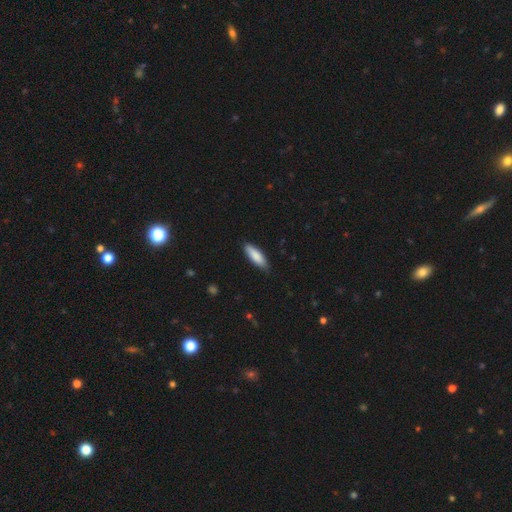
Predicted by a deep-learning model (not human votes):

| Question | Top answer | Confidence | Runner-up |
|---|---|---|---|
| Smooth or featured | smooth | 85% | featured or disk (9%) |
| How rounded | in between | 55% | cigar-shaped (43%) |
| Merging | none | 83% | minor disturbance (14%) |